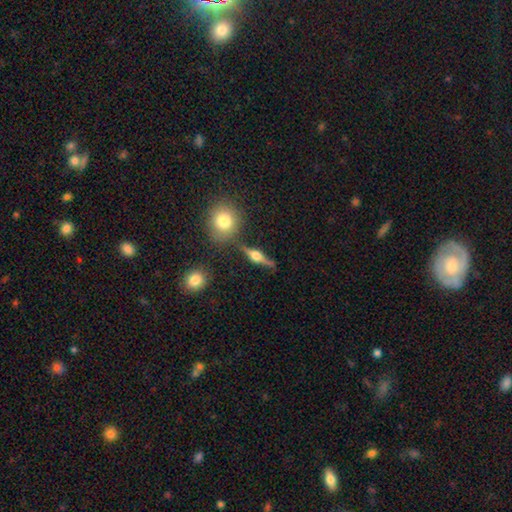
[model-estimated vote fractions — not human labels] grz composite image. It shows a featured or disk galaxy (73%) viewed edge-on (94%) with a rounded central bulge (95%). Merging: none (80%).